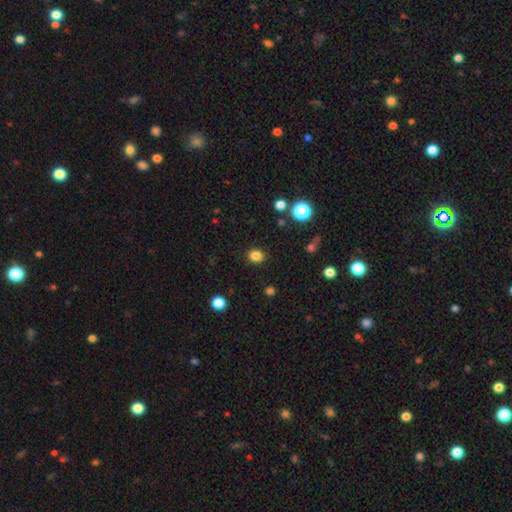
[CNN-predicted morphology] smooth 83%, star or artifact 13%, featured or disk 4%. Down the decision tree: how rounded — round (70%); merging — none (89%).